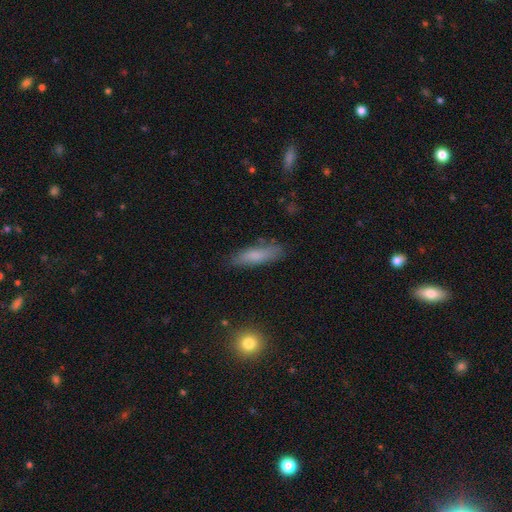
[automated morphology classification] smooth 76%, featured or disk 17%, star or artifact 7%. Down the decision tree: how rounded — cigar-shaped (64%); merging — none (79%).